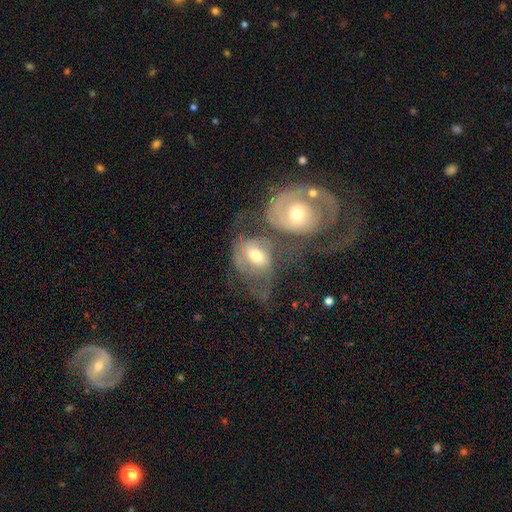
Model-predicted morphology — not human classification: Smooth or featured?
  - featured or disk: 62% *
  - smooth: 30%
  - star or artifact: 8%
Edge-on disk?
  - no: 95% *
  - yes: 5%
Bar?
  - no: 51% *
  - weak: 36%
  - strong: 13%
Spiral arms?
  - yes: 72% *
  - no: 28%
Bulge size?
  - moderate: 68% *
  - small: 20%
  - large: 9%
  - none: 2%
  - dominant: 2%
Merging?
  - merger: 63% *
  - none: 15%
  - major disturbance: 14%
  - minor disturbance: 8%